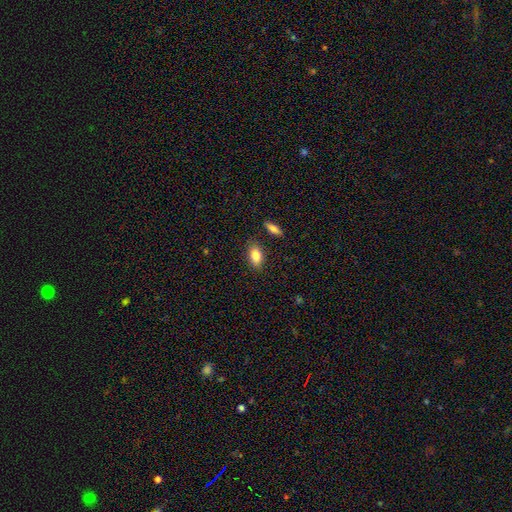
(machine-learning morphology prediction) A smooth galaxy with no disk features (83%) that is in between round and cigar-shaped (88%). Merging: none (84%).